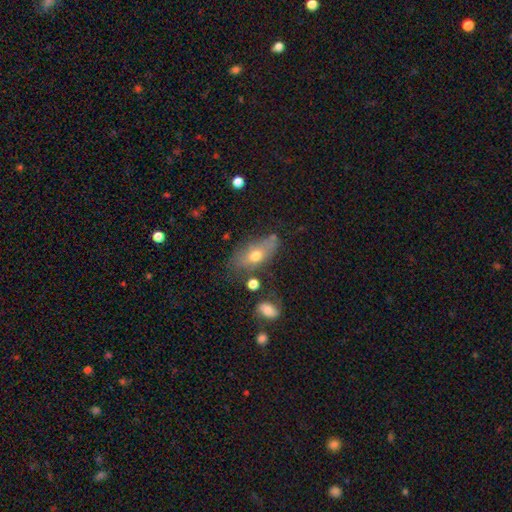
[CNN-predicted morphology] A smooth galaxy with no disk features (61%) that is in between round and cigar-shaped (81%).

Vote fractions:
- Smooth or featured? smooth: 61% / featured or disk: 30% / star or artifact: 9%
- How rounded? in between: 81% / cigar-shaped: 13% / round: 7%
- Merging? none: 55% / minor disturbance: 25% / major disturbance: 11% / merger: 9%